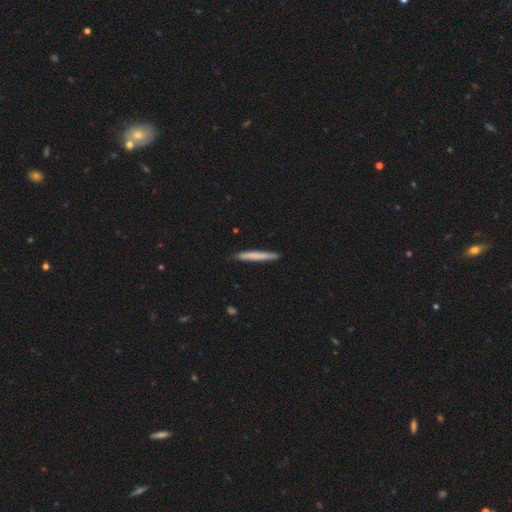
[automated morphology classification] smooth 71%, featured or disk 24%, star or artifact 5%. Down the decision tree: how rounded — cigar-shaped (97%); merging — none (88%).